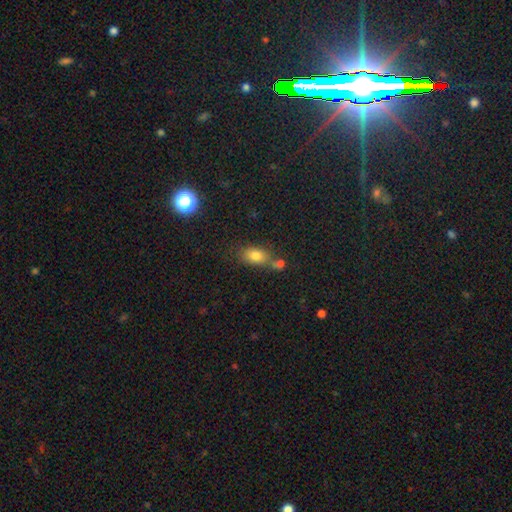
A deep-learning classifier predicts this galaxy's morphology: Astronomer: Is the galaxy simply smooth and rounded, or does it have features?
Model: smooth — 79%.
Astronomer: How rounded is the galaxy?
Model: in between — 81%.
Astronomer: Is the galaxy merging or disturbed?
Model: none — 46% (runner-up: merger, 34%).